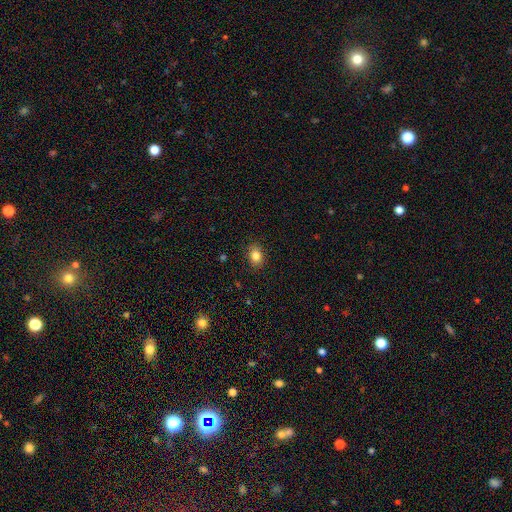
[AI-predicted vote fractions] smooth-or-featured: smooth: 84% | star or artifact: 10% | featured or disk: 6%
  how-rounded: in between: 64% | round: 35% | cigar-shaped: 1%
  merging: none: 87% | minor disturbance: 10% | major disturbance: 2% | merger: 1%